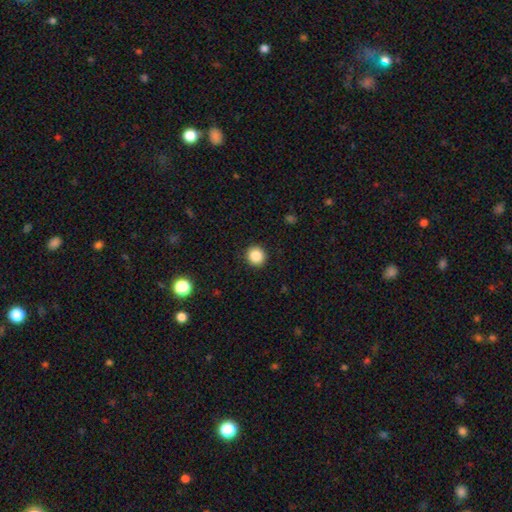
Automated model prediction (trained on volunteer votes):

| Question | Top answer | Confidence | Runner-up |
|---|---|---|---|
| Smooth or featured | smooth | 86% | star or artifact (10%) |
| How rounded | round | 92% | in between (7%) |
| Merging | none | 92% | minor disturbance (5%) |